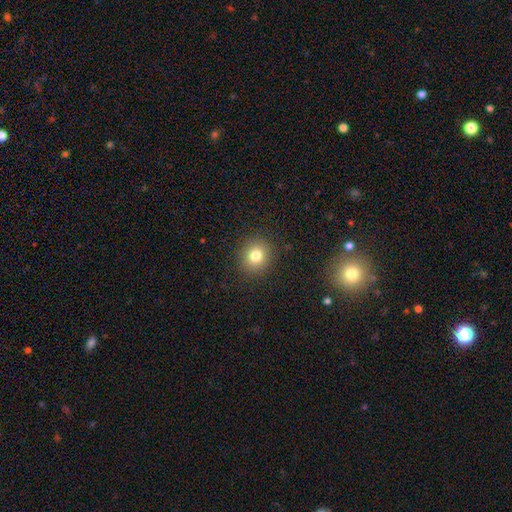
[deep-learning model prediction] Smooth or featured? Predicted: smooth (p=0.80). How rounded? Predicted: round (p=0.84). Merging? Predicted: none (p=0.90).